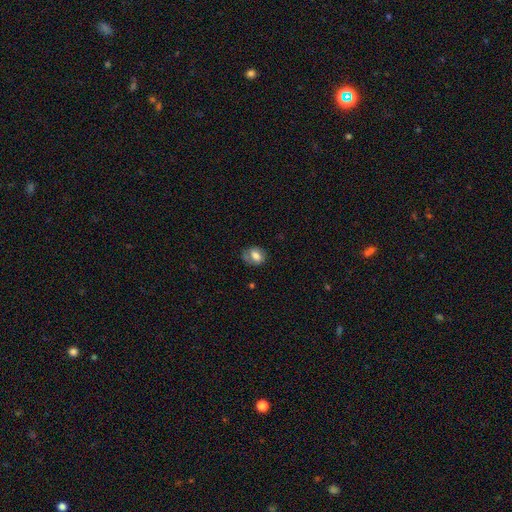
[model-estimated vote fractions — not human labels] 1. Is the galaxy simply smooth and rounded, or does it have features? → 68% smooth, 23% featured or disk, 9% star or artifact.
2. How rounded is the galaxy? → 63% in between, 36% round, 1% cigar-shaped.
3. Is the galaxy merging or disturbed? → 60% none, 26% minor disturbance, 11% major disturbance, 2% merger.